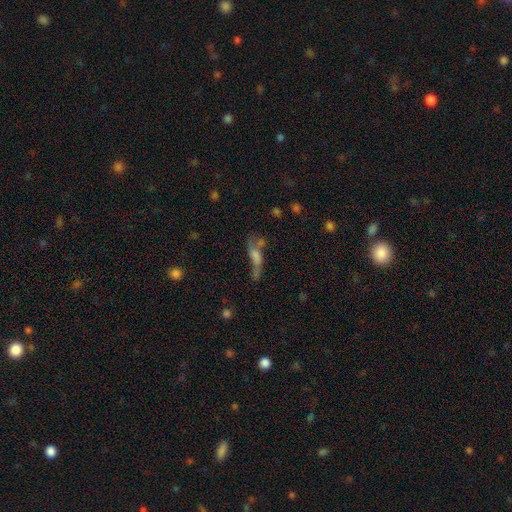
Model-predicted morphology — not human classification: A featured or disk galaxy (40%, tied with smooth). Merging: none (33%).